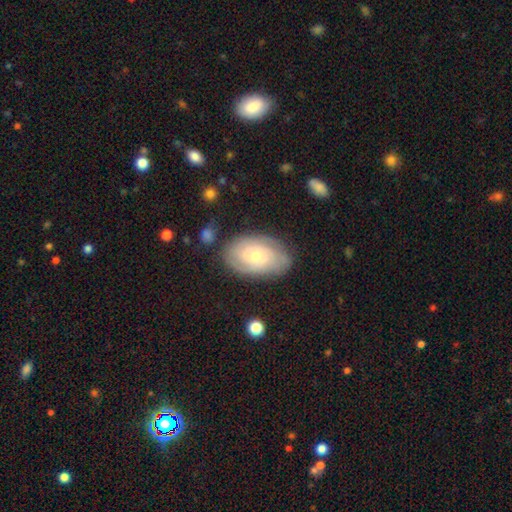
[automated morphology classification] Overall: featured or disk (64%; smooth 29%). Edge-on disk: no (95%). Bar: no (79%). Spiral arms: yes (84%). Spiral arm count: can't tell (48%; 2 26%). Spiral winding: tight (69%). Bulge size: small (57%; moderate 39%). Merging: none (77%).